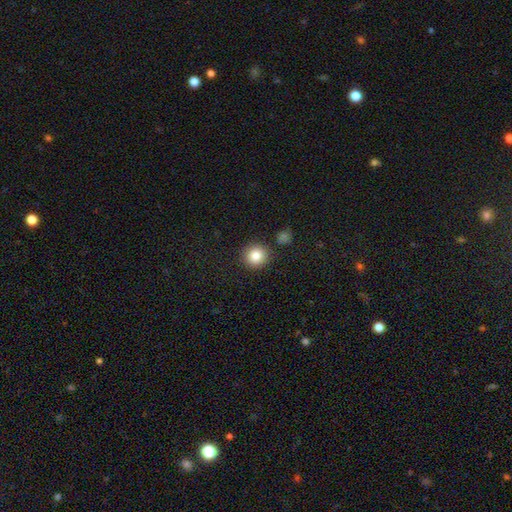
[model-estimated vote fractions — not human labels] A smooth galaxy with no disk features (85%) that is round (93%).

Vote fractions:
- Smooth or featured? smooth: 85% / star or artifact: 10% / featured or disk: 6%
- How rounded? round: 93% / in between: 6% / cigar-shaped: 1%
- Merging? none: 87% / minor disturbance: 7% / merger: 3% / major disturbance: 2%